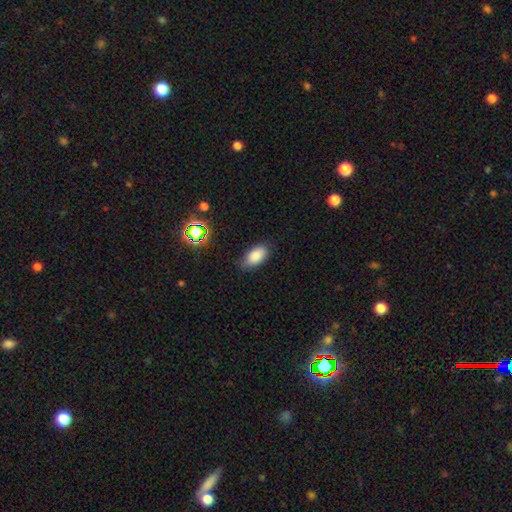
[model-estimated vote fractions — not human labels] Smooth or featured? smooth (85%)
How rounded? in between (93%)
Merging? none (80%)